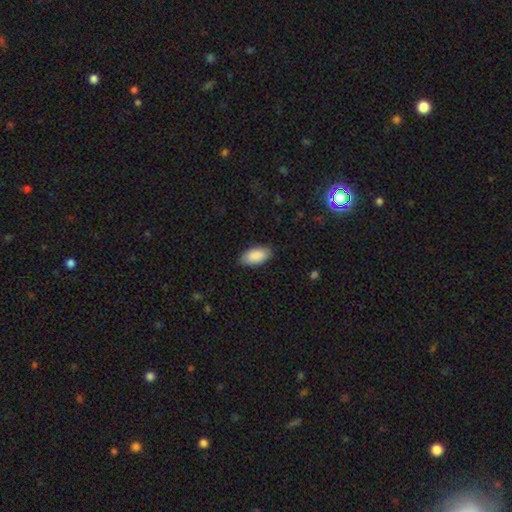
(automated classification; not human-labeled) This appears to be a smooth galaxy with no disk features (90%) that is in between round and cigar-shaped (94%). Merging: none (86%).